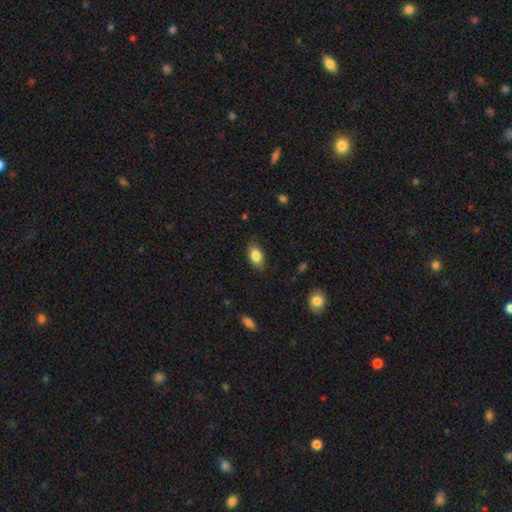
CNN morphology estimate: smooth_or_featured: smooth (p=0.84) [alt: featured or disk p=0.08]
how_rounded: in between (p=0.90) [alt: round p=0.07]
merging: none (p=0.84) [alt: minor disturbance p=0.12]